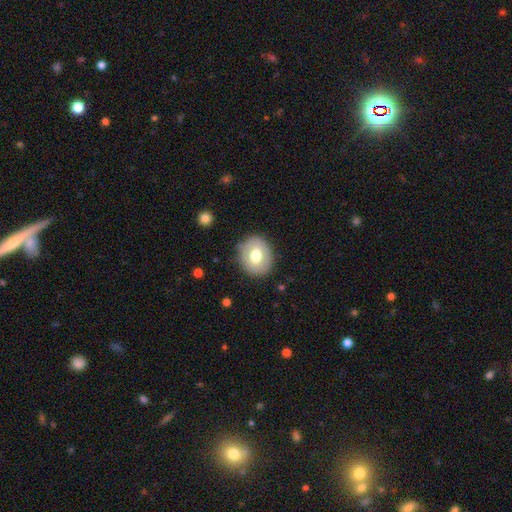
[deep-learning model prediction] smooth 65%, featured or disk 28%, star or artifact 7%. Down the decision tree: how rounded — round (63%); merging — none (83%).